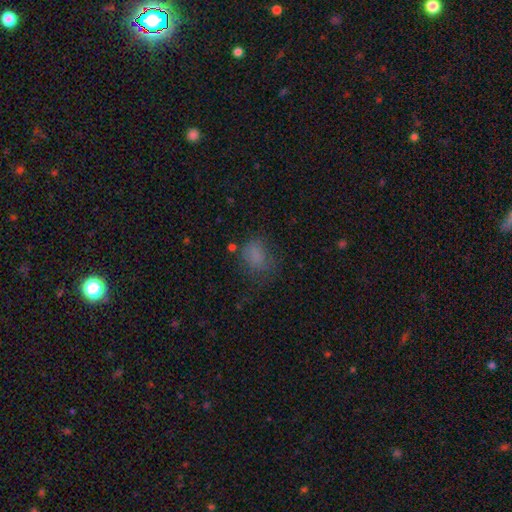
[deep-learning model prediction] A smooth galaxy with no disk features (72%) that is in between round and cigar-shaped (64%). Merging: none (49%).